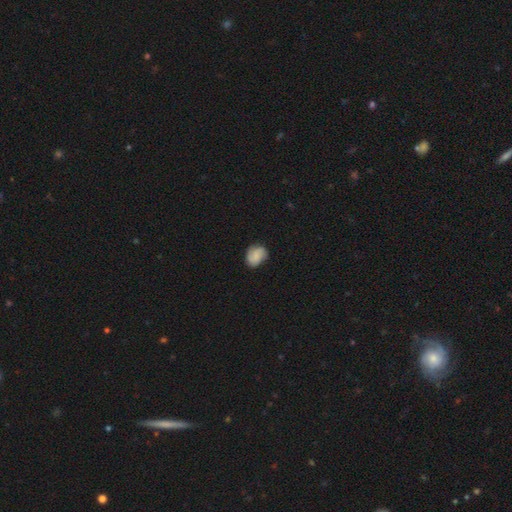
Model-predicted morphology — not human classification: smooth_or_featured: smooth (p=0.60) [alt: featured or disk p=0.31]
how_rounded: in between (p=0.51) [alt: round p=0.48]
merging: none (p=0.72) [alt: minor disturbance p=0.21]